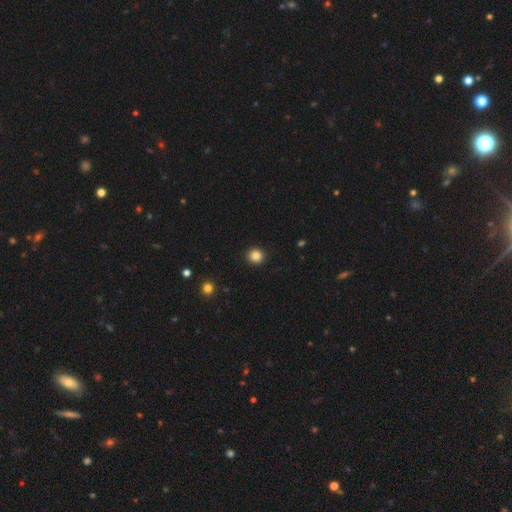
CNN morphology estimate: Smooth or featured? Predicted: smooth (p=0.85). How rounded? Predicted: round (p=0.89). Merging? Predicted: none (p=0.92).